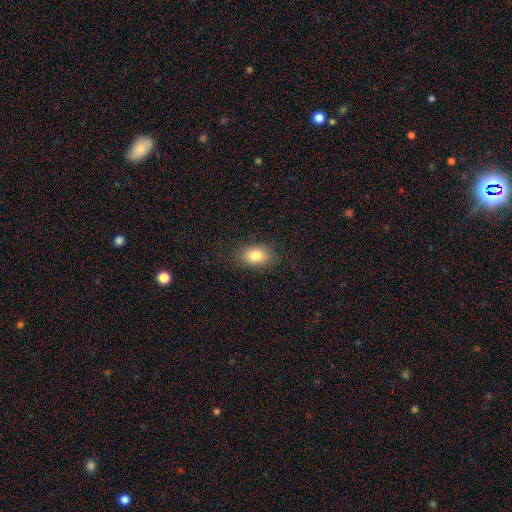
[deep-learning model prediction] Smooth or featured?
  - smooth: 82% *
  - featured or disk: 9%
  - star or artifact: 9%
How rounded?
  - in between: 82% *
  - round: 16%
  - cigar-shaped: 2%
Merging?
  - none: 85% *
  - minor disturbance: 11%
  - major disturbance: 3%
  - merger: 1%